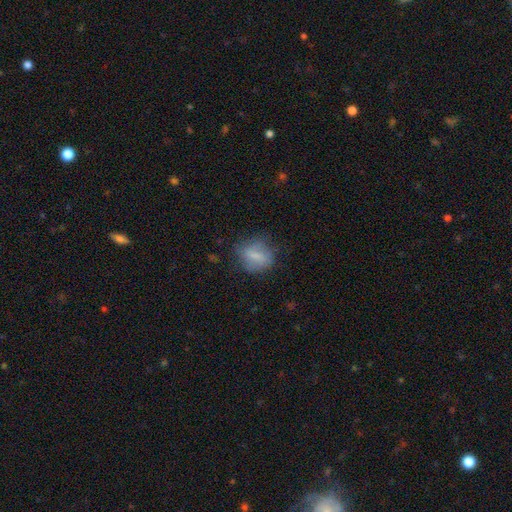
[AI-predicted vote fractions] Overall: smooth (69%). How rounded: in between (50%; round 46%). Merging: none (61%; minor disturbance 25%).